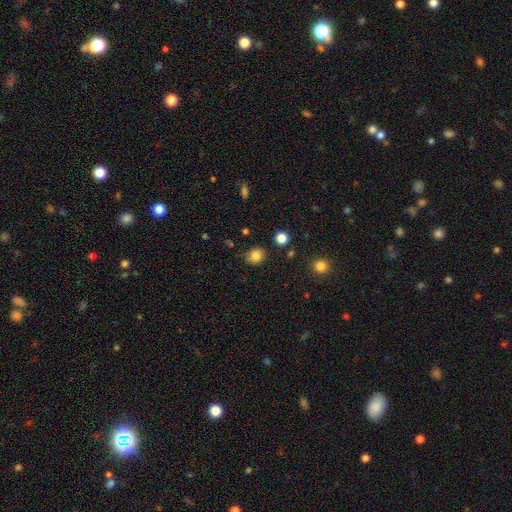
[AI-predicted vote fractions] This is clearly a smooth galaxy (83%). How rounded: likely round (78%). Merging: clearly none (84%).